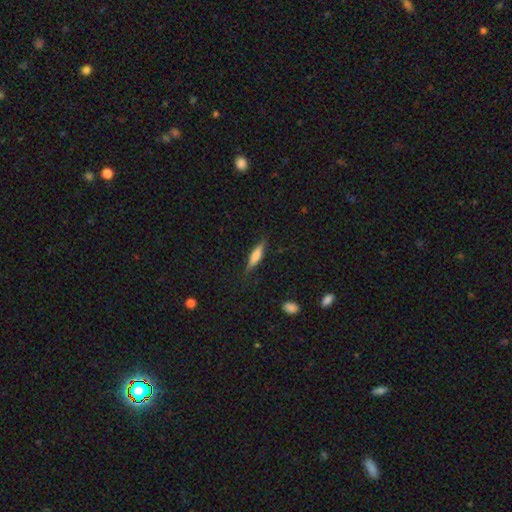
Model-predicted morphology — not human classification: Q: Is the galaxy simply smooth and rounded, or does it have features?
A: smooth — 63%.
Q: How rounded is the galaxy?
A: cigar-shaped — 72%.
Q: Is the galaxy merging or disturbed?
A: none — 82%.